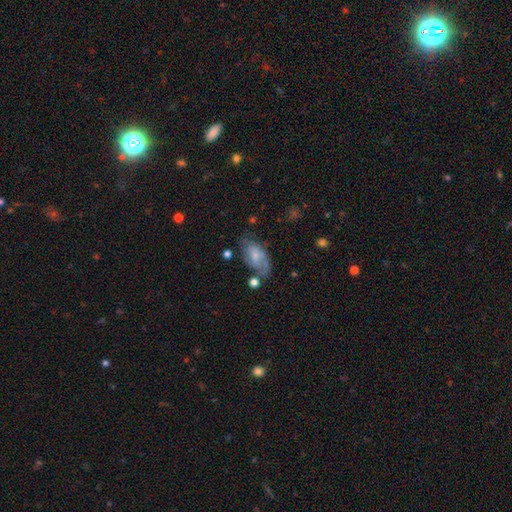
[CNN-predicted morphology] smooth-or-featured: smooth: 49% | featured or disk: 43% | star or artifact: 8%
  merging: none: 47% | minor disturbance: 28% | major disturbance: 17% | merger: 7%